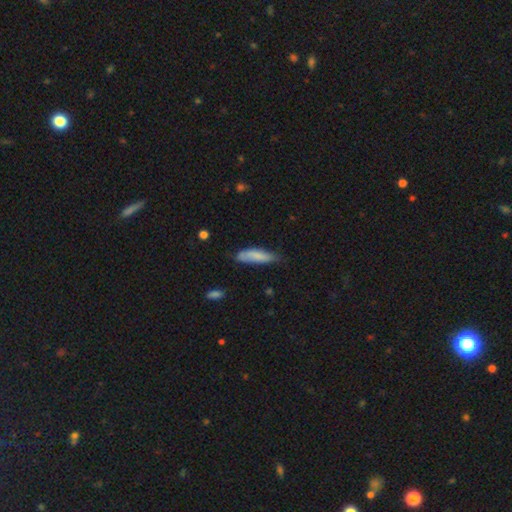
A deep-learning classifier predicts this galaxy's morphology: smooth_or_featured: smooth (p=0.79) [alt: featured or disk p=0.15]
how_rounded: cigar-shaped (p=0.57) [alt: in between p=0.41]
merging: none (p=0.55) [alt: minor disturbance p=0.35]